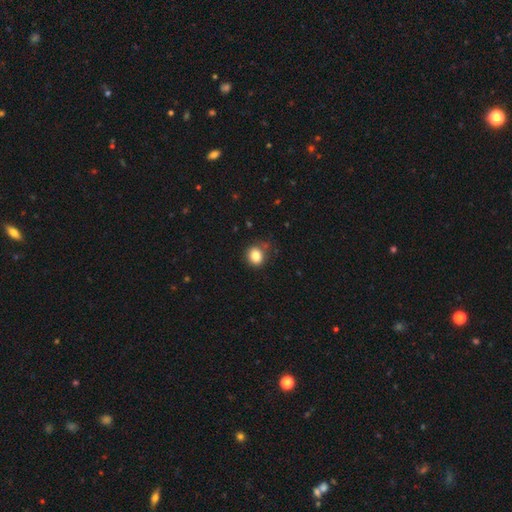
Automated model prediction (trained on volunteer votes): Smooth or featured: smooth — 84% (star or artifact — 10%)
How rounded: round — 71% (in between — 28%)
Merging: none — 73% (minor disturbance — 19%)